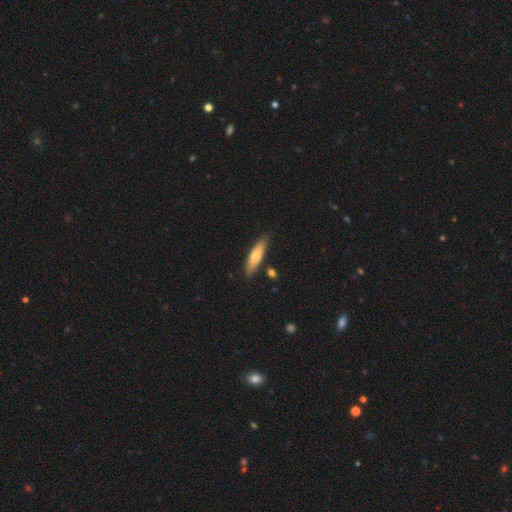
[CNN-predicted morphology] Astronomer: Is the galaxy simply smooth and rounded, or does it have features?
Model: smooth — 67%.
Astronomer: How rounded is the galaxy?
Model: cigar-shaped — 69%.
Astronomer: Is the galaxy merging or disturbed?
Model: none — 83%.